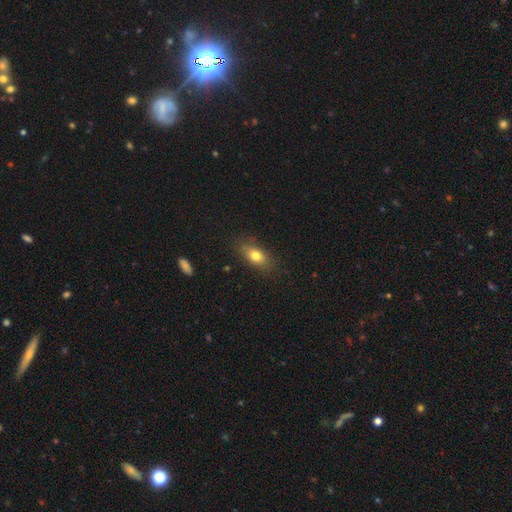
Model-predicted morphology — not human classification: Smooth or featured? Predicted: smooth (p=0.78). How rounded? Predicted: in between (p=0.80). Merging? Predicted: none (p=0.80).